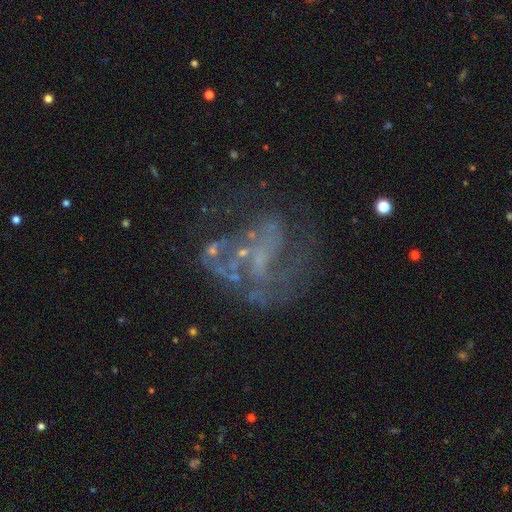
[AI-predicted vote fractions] smooth_or_featured: featured or disk (p=0.68) [alt: star or artifact p=0.19]
disk_edge_on: no (p=0.98) [alt: yes p=0.02]
bar: no (p=0.71) [alt: weak p=0.21]
has_spiral_arms: no (p=0.55) [alt: yes p=0.45]
bulge_size: none (p=0.68) [alt: small p=0.23]
merging: none (p=0.42) [alt: major disturbance p=0.35]